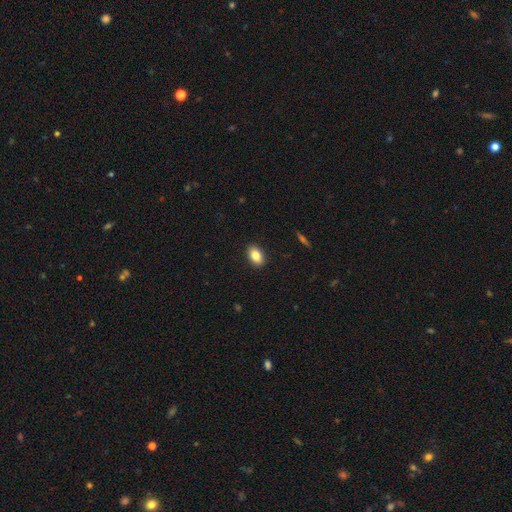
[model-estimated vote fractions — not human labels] Q: Smooth or featured?
A: smooth (84%); runner-up: featured or disk (8%)
Q: How rounded?
A: in between (88%); runner-up: round (10%)
Q: Merging?
A: none (90%); runner-up: minor disturbance (8%)